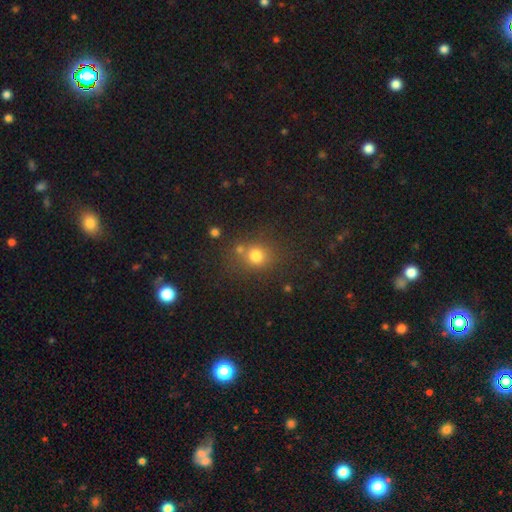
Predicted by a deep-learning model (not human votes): smooth_or_featured: smooth (p=0.75) [alt: star or artifact p=0.16]
how_rounded: round (p=0.80) [alt: in between p=0.19]
merging: none (p=0.66) [alt: merger p=0.17]